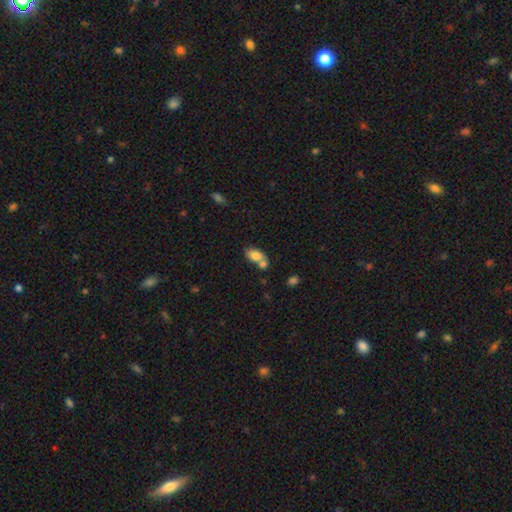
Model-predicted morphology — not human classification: A smooth galaxy with no disk features (77%) that is in between round and cigar-shaped (86%). Merging: merger (50%).